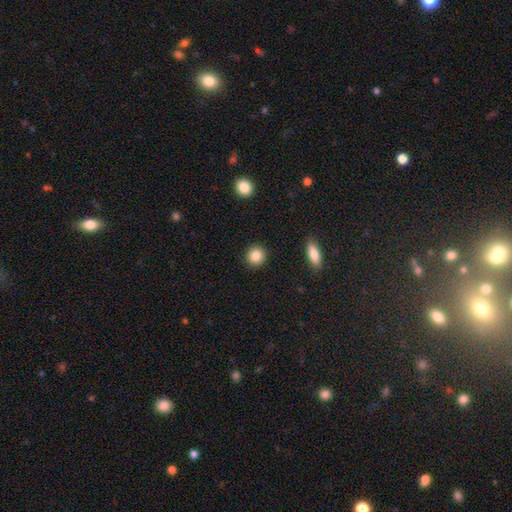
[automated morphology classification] smooth-or-featured: smooth: 86% | star or artifact: 9% | featured or disk: 5%
  how-rounded: round: 91% | in between: 8% | cigar-shaped: 1%
  merging: none: 91% | minor disturbance: 5% | major disturbance: 2% | merger: 1%